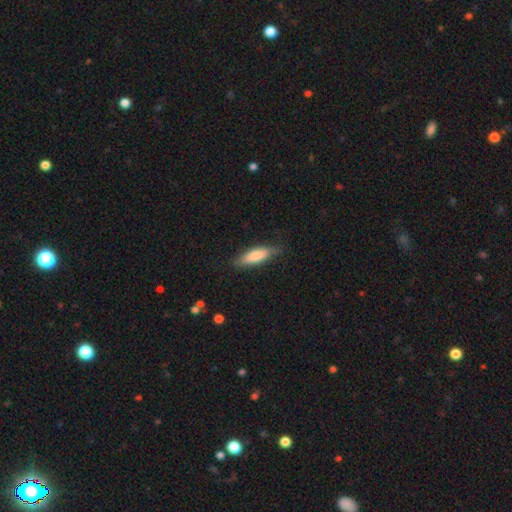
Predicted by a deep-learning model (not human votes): Overall: smooth (77%). How rounded: cigar-shaped (51%; in between 47%). Merging: none (80%).